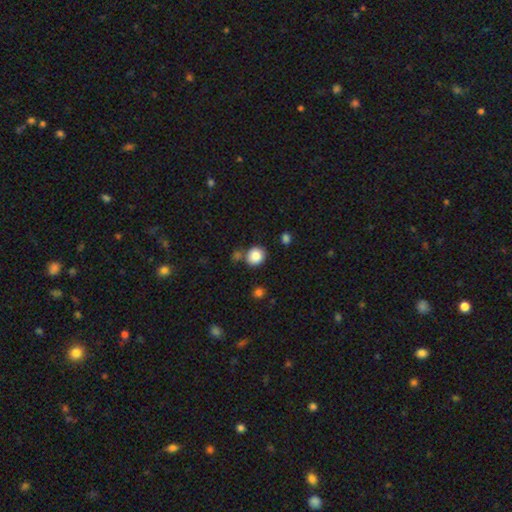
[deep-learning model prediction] Overall: smooth (86%). How rounded: round (81%). Merging: none (75%).